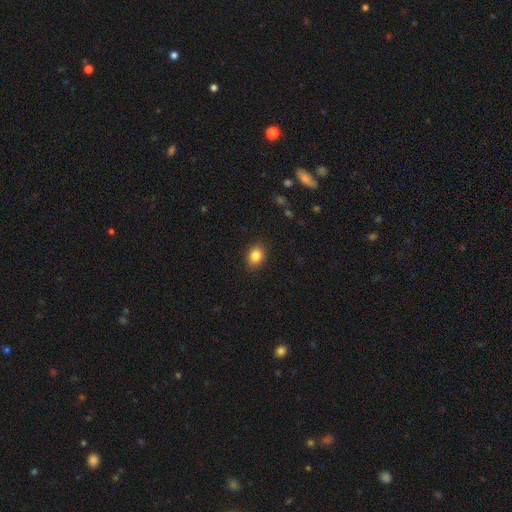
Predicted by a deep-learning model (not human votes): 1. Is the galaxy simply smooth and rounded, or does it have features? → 84% smooth, 10% star or artifact, 6% featured or disk.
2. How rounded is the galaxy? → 60% in between, 39% round, 1% cigar-shaped.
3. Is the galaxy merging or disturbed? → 89% none, 8% minor disturbance, 2% major disturbance, 1% merger.